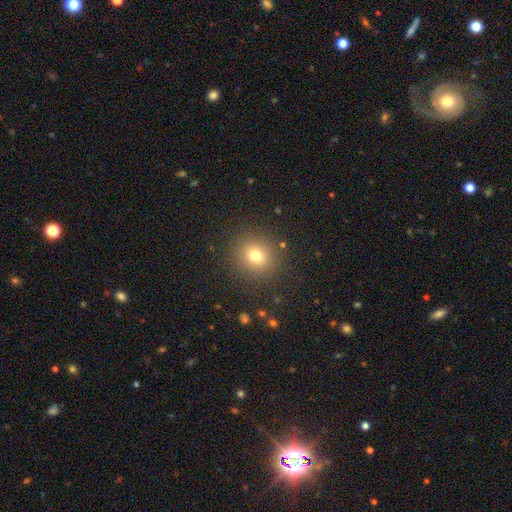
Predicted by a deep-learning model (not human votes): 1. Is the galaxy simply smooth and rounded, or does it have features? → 75% smooth, 16% star or artifact, 9% featured or disk.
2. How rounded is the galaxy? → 88% round, 11% in between, 1% cigar-shaped.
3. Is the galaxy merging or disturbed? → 88% none, 7% minor disturbance, 3% major disturbance, 1% merger.